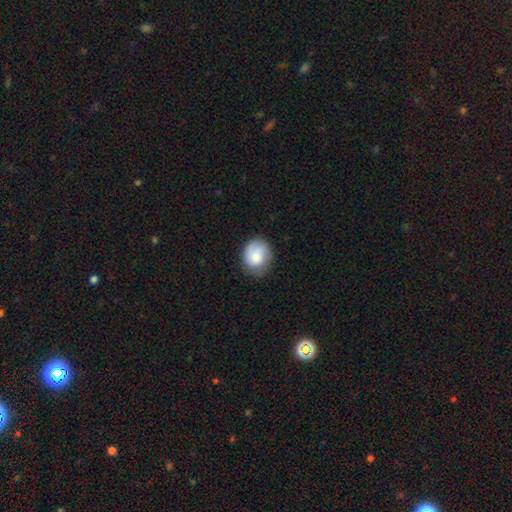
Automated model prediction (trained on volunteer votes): smooth-or-featured: smooth: 79% | featured or disk: 14% | star or artifact: 7%
  how-rounded: round: 58% | in between: 41% | cigar-shaped: 1%
  merging: none: 71% | minor disturbance: 22% | major disturbance: 6% | merger: 1%